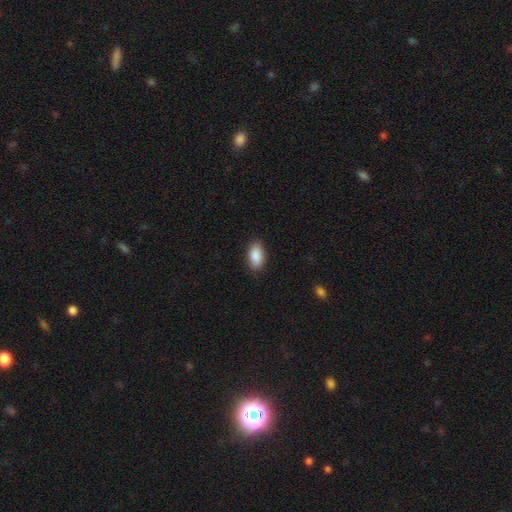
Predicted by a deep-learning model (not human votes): A smooth galaxy with no disk features (90%) that is in between round and cigar-shaped (93%).

Vote fractions:
- Smooth or featured? smooth: 90% / star or artifact: 6% / featured or disk: 4%
- How rounded? in between: 93% / cigar-shaped: 4% / round: 3%
- Merging? none: 88% / minor disturbance: 9% / major disturbance: 2% / merger: 1%